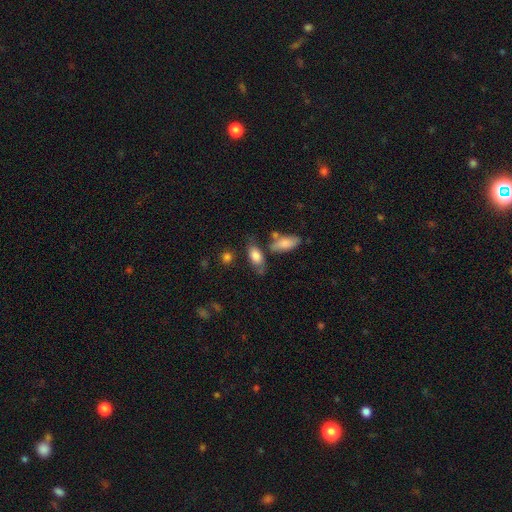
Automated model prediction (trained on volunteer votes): smooth_or_featured: smooth (p=0.81) [alt: featured or disk p=0.11]
how_rounded: in between (p=0.88) [alt: cigar-shaped p=0.06]
merging: none (p=0.55) [alt: minor disturbance p=0.24]